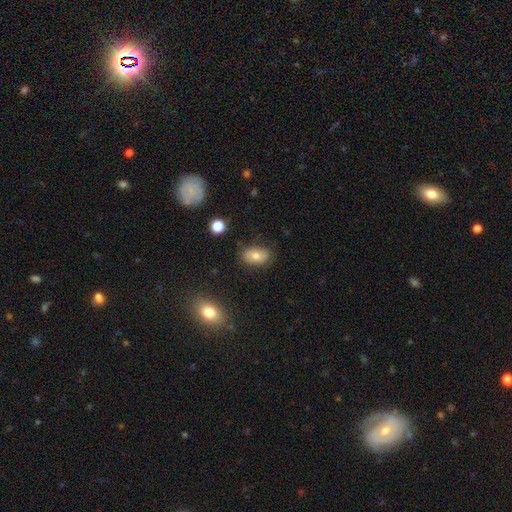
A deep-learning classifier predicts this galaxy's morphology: smooth_or_featured: smooth (p=0.75) [alt: featured or disk p=0.16]
how_rounded: in between (p=0.89) [alt: round p=0.10]
merging: none (p=0.81) [alt: minor disturbance p=0.14]